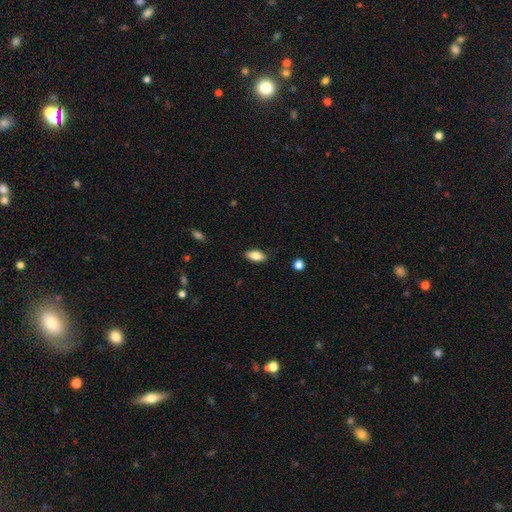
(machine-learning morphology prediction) type=smooth (81%); roundness=in between (86%); merging=none (85%).